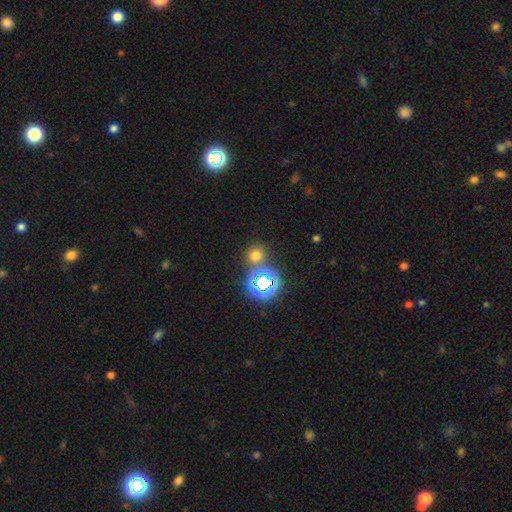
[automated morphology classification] Smooth or featured: smooth — 63% (star or artifact — 31%)
How rounded: round — 83% (in between — 16%)
Merging: none — 75% (merger — 13%)